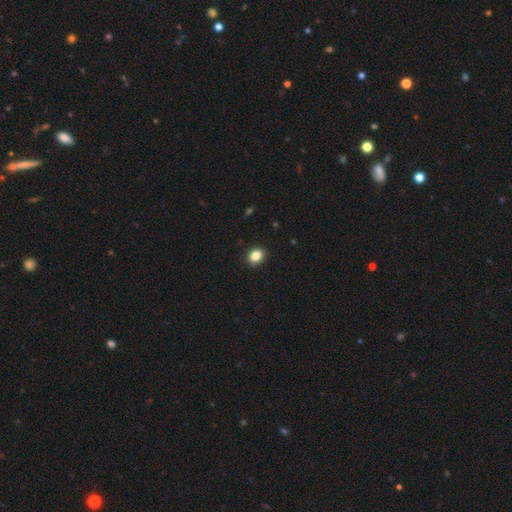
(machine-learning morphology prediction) smooth_or_featured: smooth (p=0.85) [alt: star or artifact p=0.10]
how_rounded: in between (p=0.53) [alt: round p=0.46]
merging: none (p=0.89) [alt: minor disturbance p=0.08]